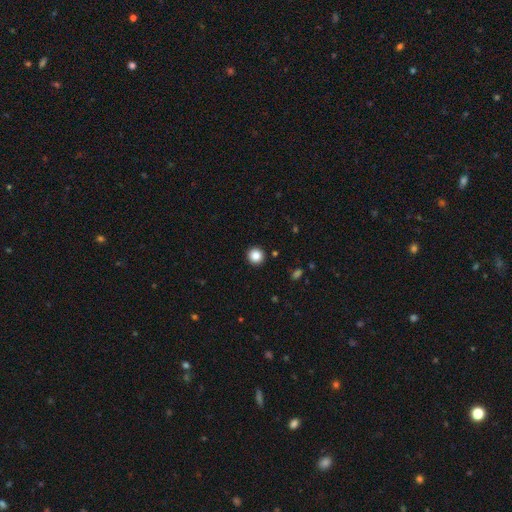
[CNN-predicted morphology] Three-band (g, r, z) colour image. It shows a smooth galaxy with no disk features (86%) that is round (95%). Merging: none (93%).